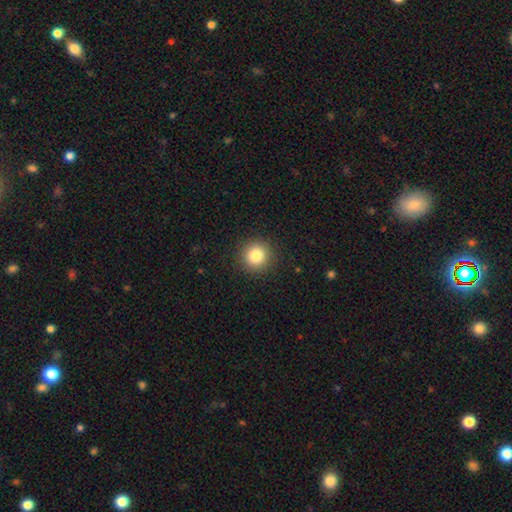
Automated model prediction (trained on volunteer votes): smooth-or-featured: smooth: 83% | star or artifact: 11% | featured or disk: 6%
  how-rounded: round: 94% | in between: 5% | cigar-shaped: 1%
  merging: none: 91% | minor disturbance: 6% | major disturbance: 2% | merger: 1%